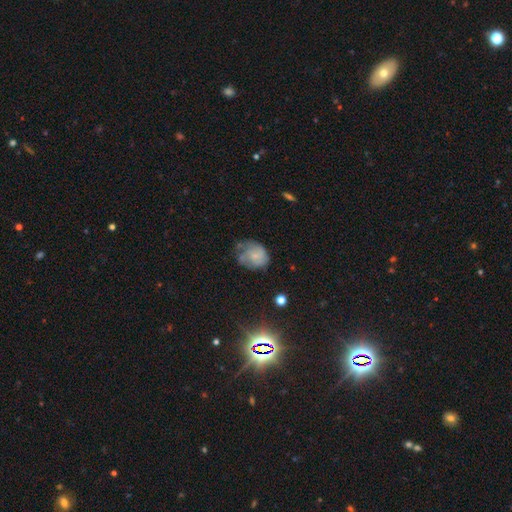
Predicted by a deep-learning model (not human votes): Smooth or featured: smooth — 45% (tied with featured or disk — 45%)
Merging: none — 45% (minor disturbance — 31%)